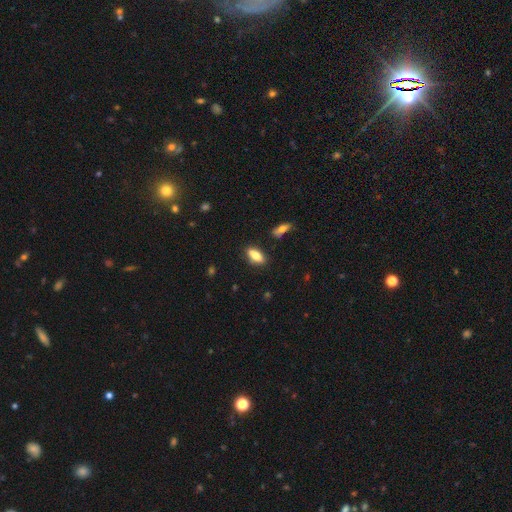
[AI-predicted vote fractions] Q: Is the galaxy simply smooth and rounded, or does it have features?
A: smooth — 77%.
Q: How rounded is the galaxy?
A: in between — 81%.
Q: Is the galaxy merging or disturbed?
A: none — 78%.